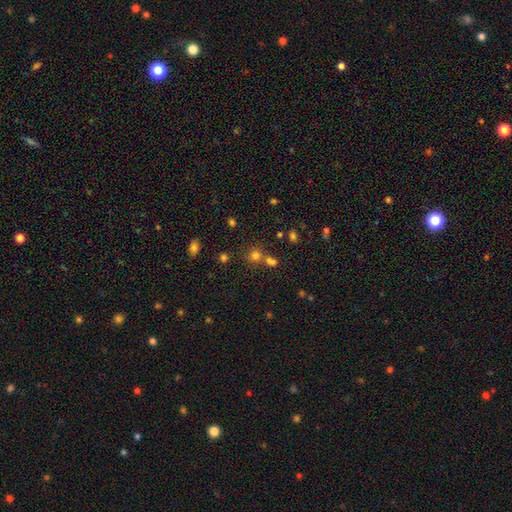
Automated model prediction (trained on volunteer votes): Smooth or featured? smooth (68%)
How rounded? round (86%)
Merging? none (60%)